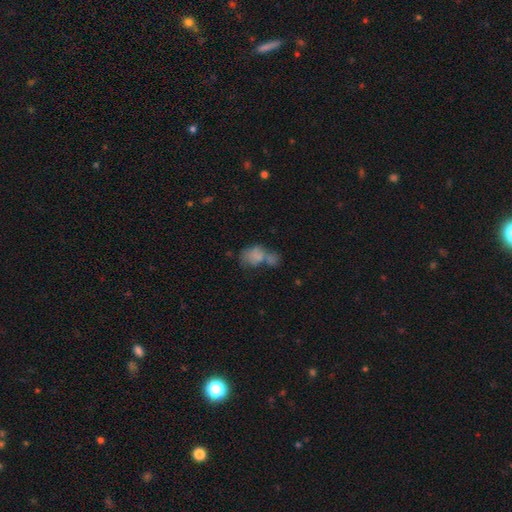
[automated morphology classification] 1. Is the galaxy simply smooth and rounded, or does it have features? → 71% smooth, 19% featured or disk, 11% star or artifact.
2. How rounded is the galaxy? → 75% in between, 23% round, 2% cigar-shaped.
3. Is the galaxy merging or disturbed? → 53% merger, 19% none, 15% major disturbance, 13% minor disturbance.